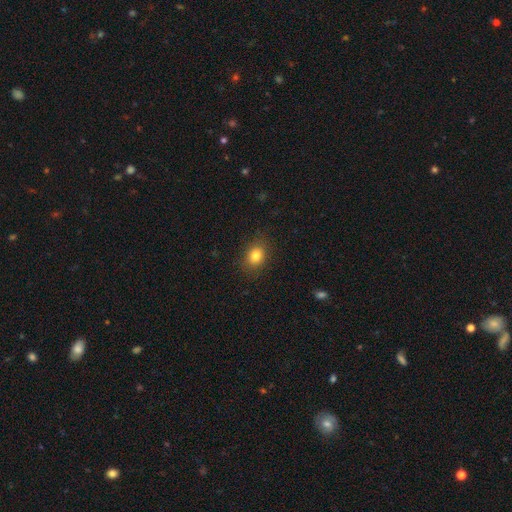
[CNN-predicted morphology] Smooth or featured? Predicted: smooth (p=0.82). How rounded? Predicted: in between (p=0.52). Merging? Predicted: none (p=0.86).